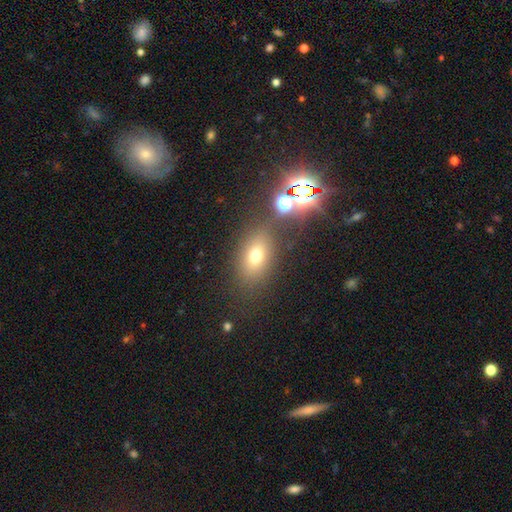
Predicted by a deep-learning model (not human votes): Smooth or featured? Predicted: smooth (p=0.61). How rounded? Predicted: in between (p=0.75). Merging? Predicted: none (p=0.77).